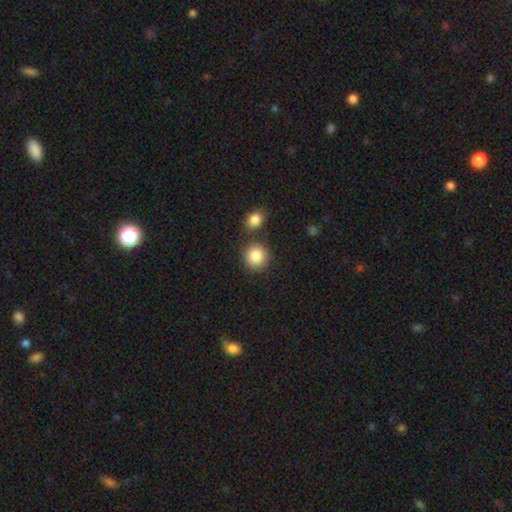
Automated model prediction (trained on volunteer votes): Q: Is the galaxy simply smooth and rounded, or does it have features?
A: smooth — 86%.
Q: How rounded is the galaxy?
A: round — 88%.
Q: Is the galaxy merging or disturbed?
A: none — 73%.